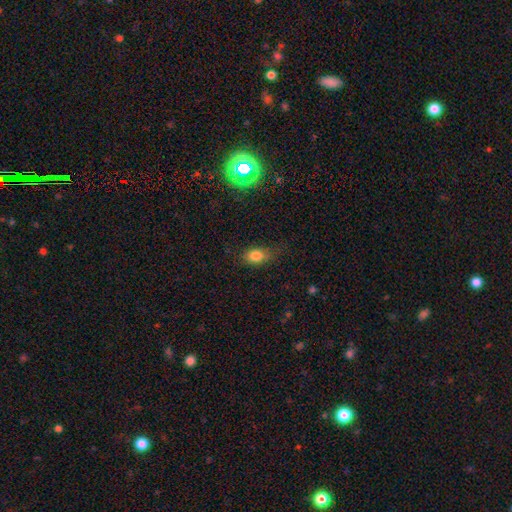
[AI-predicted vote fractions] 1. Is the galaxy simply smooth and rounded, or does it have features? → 81% smooth, 11% star or artifact, 8% featured or disk.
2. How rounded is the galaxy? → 77% in between, 19% round, 4% cigar-shaped.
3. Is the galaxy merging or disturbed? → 66% none, 24% minor disturbance, 8% major disturbance, 1% merger.